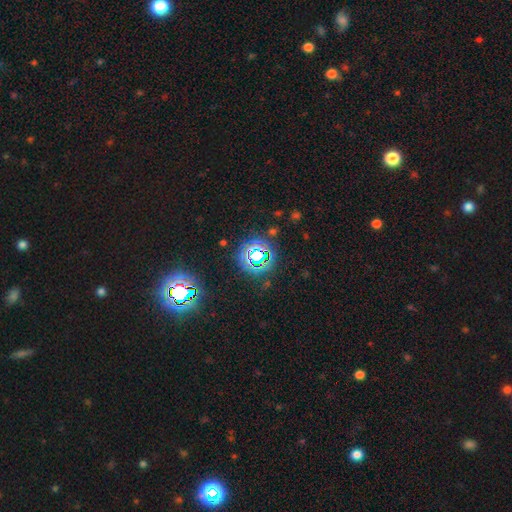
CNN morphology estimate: Smooth or featured: star or artifact — 71% (smooth — 20%)